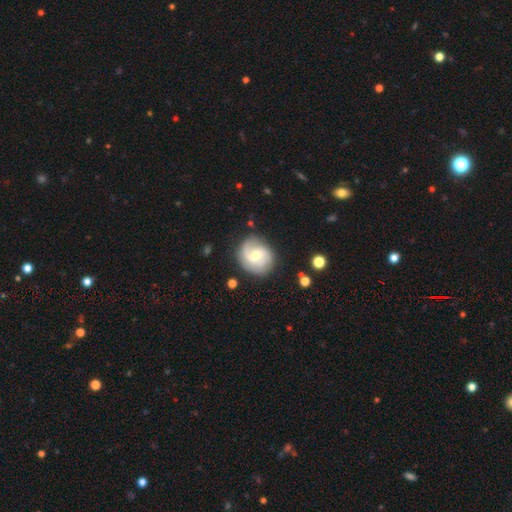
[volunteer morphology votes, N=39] type=featured or disk (62%); edge-on=no (100%); bar=weak (62%); spiral arms=yes (96%); winding=medium (61%); arm count=2 (65%); bulge=moderate (54%); merging=none (75%).